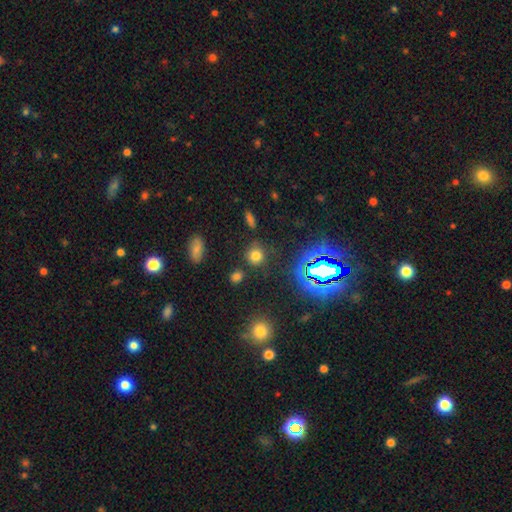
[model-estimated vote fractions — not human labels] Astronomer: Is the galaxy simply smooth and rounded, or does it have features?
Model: smooth — 69%.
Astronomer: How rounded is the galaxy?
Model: round — 85%.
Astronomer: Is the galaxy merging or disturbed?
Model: none — 80%.